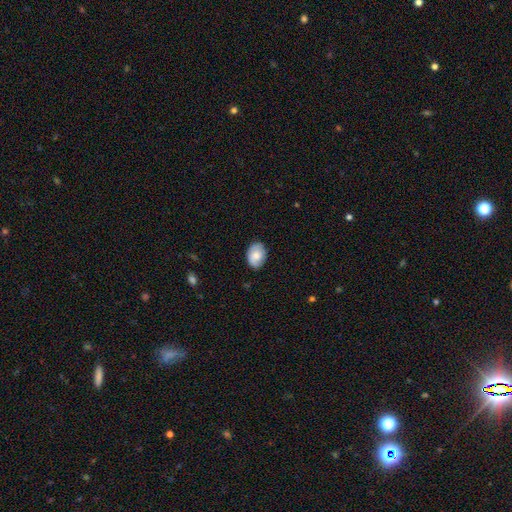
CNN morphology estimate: smooth_or_featured: smooth (p=0.72) [alt: featured or disk p=0.21]
how_rounded: in between (p=0.78) [alt: round p=0.21]
merging: none (p=0.80) [alt: minor disturbance p=0.16]